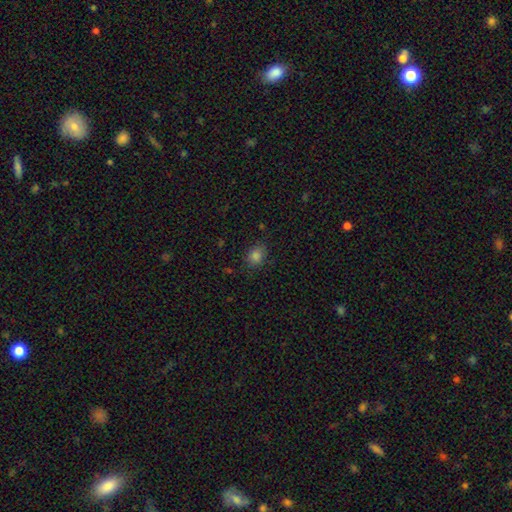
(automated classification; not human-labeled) Q: Smooth or featured?
A: smooth (80%); runner-up: star or artifact (15%)
Q: How rounded?
A: round (49%); tied with: in between (49%)
Q: Merging?
A: none (80%); runner-up: minor disturbance (14%)